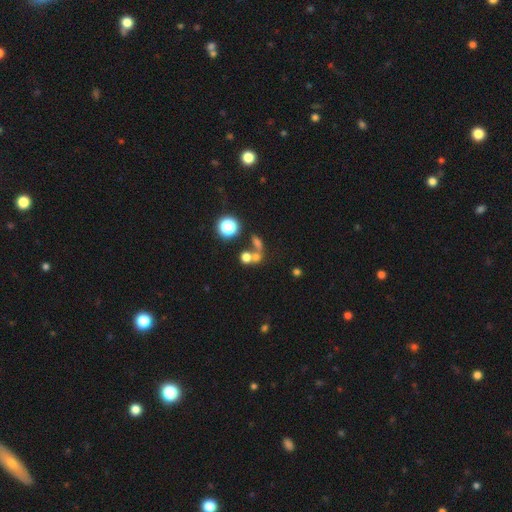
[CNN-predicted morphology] smooth-or-featured: smooth: 49% | star or artifact: 34% | featured or disk: 18%
  merging: none: 42% (tied) | merger: 42% (tied) | minor disturbance: 8% | major disturbance: 8%